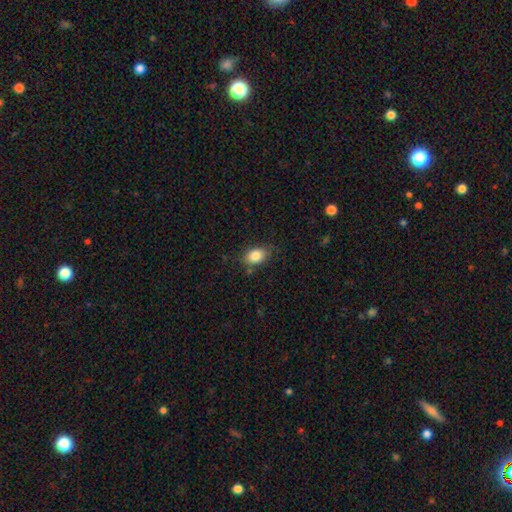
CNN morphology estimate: A smooth galaxy with no disk features (84%) that is in between round and cigar-shaped (80%).

Vote fractions:
- Smooth or featured? smooth: 84% / star or artifact: 9% / featured or disk: 8%
- How rounded? in between: 80% / round: 19% / cigar-shaped: 2%
- Merging? none: 76% / minor disturbance: 17% / major disturbance: 4% / merger: 3%